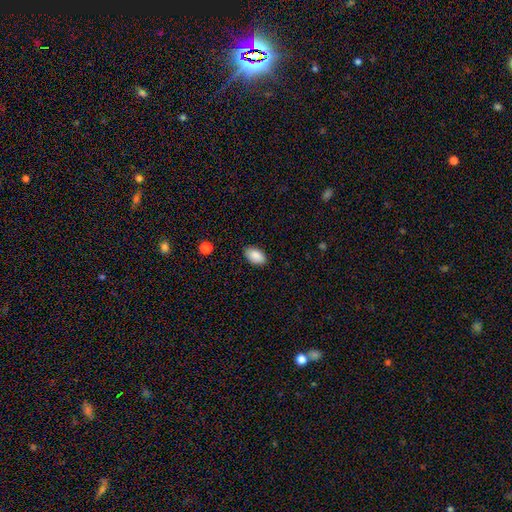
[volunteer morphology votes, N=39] smooth 90%, featured or disk 5%, star or artifact 5%. Down the decision tree: how rounded — in between (94%); merging — none (95%).